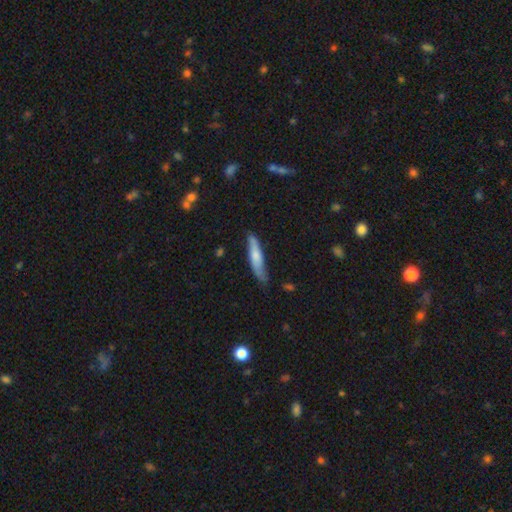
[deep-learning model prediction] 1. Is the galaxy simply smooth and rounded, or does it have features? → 60% smooth, 35% featured or disk, 5% star or artifact.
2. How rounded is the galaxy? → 83% cigar-shaped, 16% in between, 2% round.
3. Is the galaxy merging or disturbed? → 68% none, 25% minor disturbance, 5% major disturbance, 2% merger.